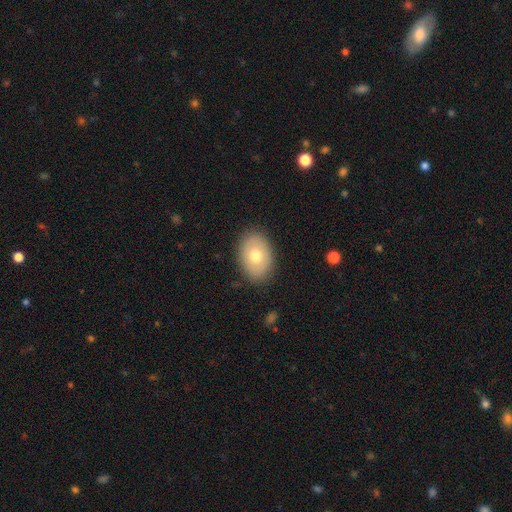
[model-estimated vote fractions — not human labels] A smooth galaxy with no disk features (68%) that is in between round and cigar-shaped (80%).

Vote fractions:
- Smooth or featured? smooth: 68% / featured or disk: 25% / star or artifact: 7%
- How rounded? in between: 80% / round: 19% / cigar-shaped: 1%
- Merging? none: 85% / minor disturbance: 11% / major disturbance: 3% / merger: 1%